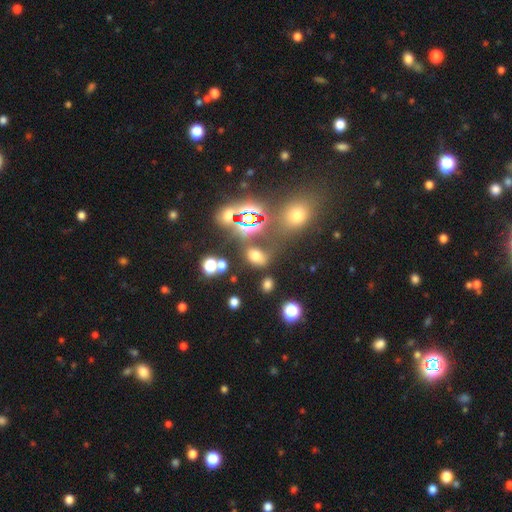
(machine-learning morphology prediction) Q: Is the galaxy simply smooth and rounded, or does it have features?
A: smooth — 58%.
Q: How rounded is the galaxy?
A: in between — 79%.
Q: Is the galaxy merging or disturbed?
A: none — 65%.